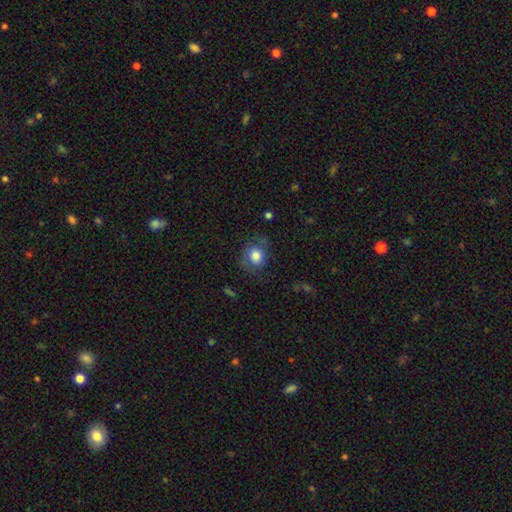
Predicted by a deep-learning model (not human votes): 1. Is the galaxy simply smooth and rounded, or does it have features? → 75% smooth, 17% featured or disk, 9% star or artifact.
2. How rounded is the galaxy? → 74% round, 25% in between, 1% cigar-shaped.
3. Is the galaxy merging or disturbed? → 65% none, 21% minor disturbance, 12% major disturbance, 2% merger.